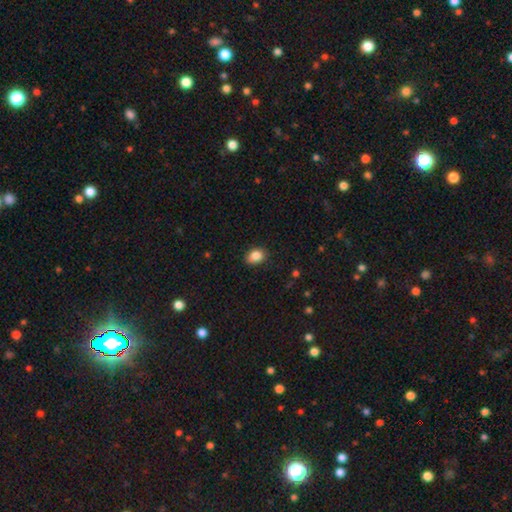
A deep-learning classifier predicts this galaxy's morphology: A smooth galaxy with no disk features (86%) that is in between round and cigar-shaped (68%). Merging: none (84%).